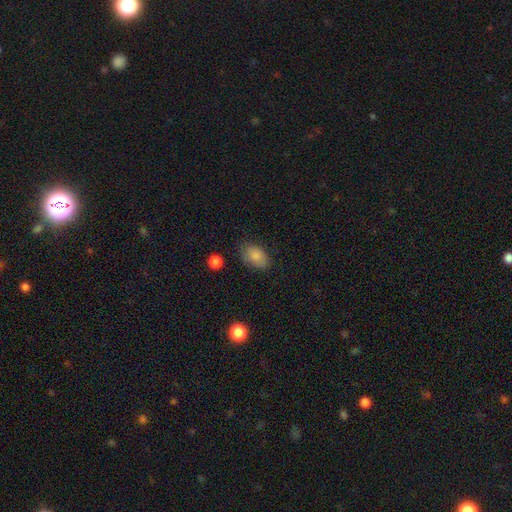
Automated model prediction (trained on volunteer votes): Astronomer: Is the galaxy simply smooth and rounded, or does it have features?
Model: smooth — 84%.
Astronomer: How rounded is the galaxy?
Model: in between — 85%.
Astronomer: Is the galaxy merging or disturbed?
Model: none — 72%.